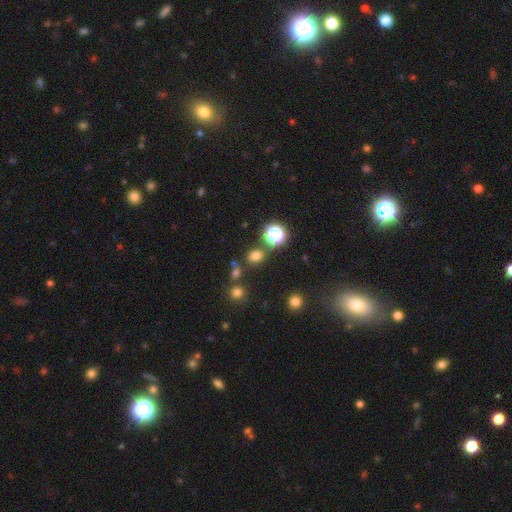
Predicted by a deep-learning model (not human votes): smooth_or_featured: smooth (p=0.70) [alt: star or artifact p=0.24]
how_rounded: round (p=0.53) [alt: in between p=0.46]
merging: none (p=0.76) [alt: minor disturbance p=0.10]